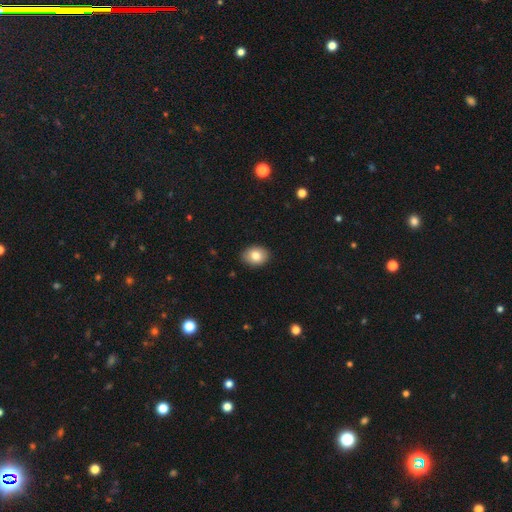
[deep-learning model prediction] smooth-or-featured: smooth: 81% | featured or disk: 10% | star or artifact: 8%
  how-rounded: in between: 61% | round: 39% | cigar-shaped: 1%
  merging: none: 89% | minor disturbance: 8% | major disturbance: 2% | merger: 1%